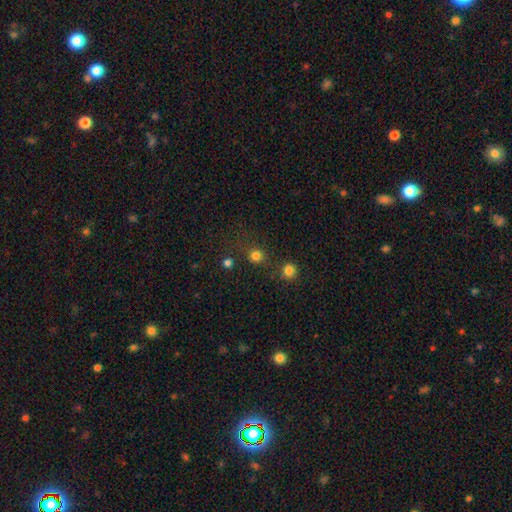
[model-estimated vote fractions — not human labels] Smooth or featured? Predicted: smooth (p=0.79). How rounded? Predicted: round (p=0.91). Merging? Predicted: none (p=0.78).